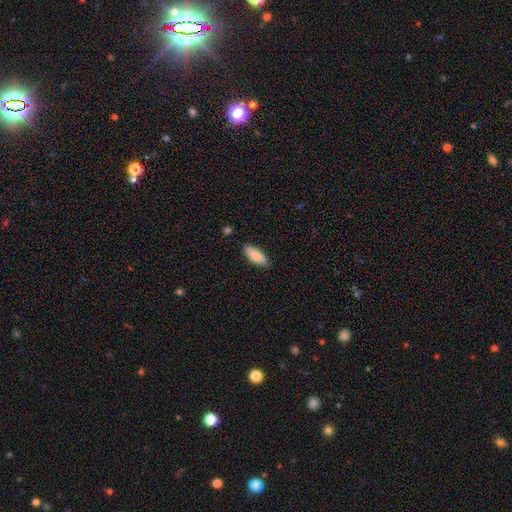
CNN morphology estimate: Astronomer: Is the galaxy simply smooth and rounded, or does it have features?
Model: smooth — 84%.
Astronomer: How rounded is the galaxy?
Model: in between — 75%.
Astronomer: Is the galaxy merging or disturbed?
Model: none — 83%.